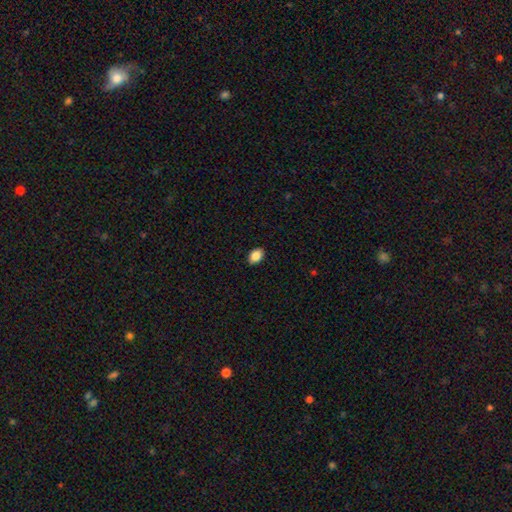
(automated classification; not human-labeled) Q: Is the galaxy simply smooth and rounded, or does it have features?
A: smooth — 88%.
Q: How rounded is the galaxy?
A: in between — 83%.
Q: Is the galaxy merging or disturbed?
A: none — 89%.